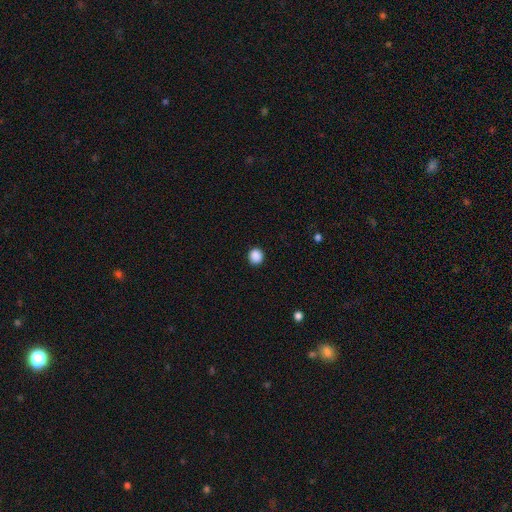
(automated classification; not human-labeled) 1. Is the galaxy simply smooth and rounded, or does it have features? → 88% smooth, 9% star or artifact, 2% featured or disk.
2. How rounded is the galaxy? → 90% round, 9% in between, 1% cigar-shaped.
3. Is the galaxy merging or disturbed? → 92% none, 5% minor disturbance, 2% major disturbance, 1% merger.